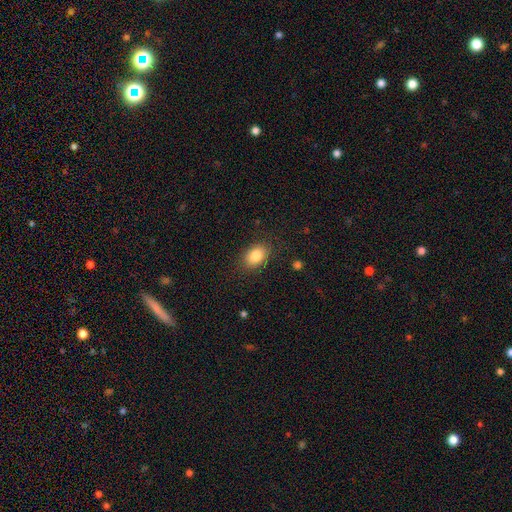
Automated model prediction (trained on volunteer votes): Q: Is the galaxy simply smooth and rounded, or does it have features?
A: smooth — 83%.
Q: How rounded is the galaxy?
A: in between — 80%.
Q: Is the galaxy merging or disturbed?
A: none — 84%.